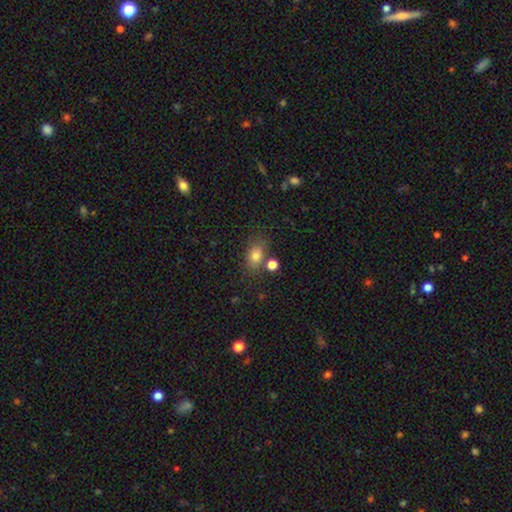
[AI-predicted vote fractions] Overall: smooth (79%). How rounded: in between (73%). Merging: none (69%).